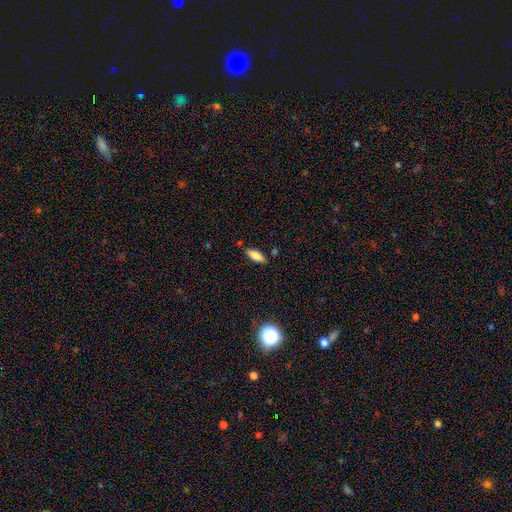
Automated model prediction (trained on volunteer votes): Morphology: type=smooth (83%); roundness=in between (73%); merging=none (80%).